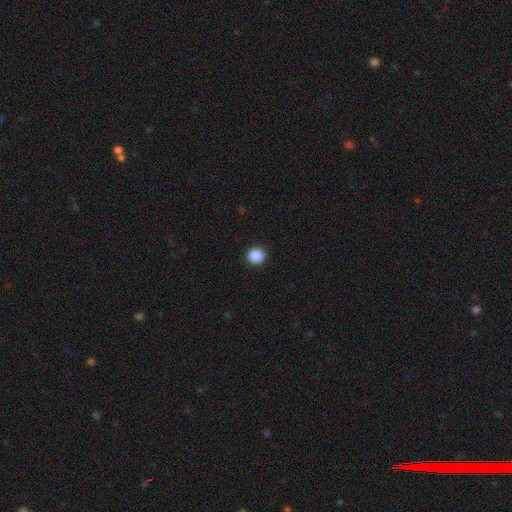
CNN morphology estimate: This appears to be a smooth galaxy with no disk features (89%) that is round (84%). Merging: none (92%).